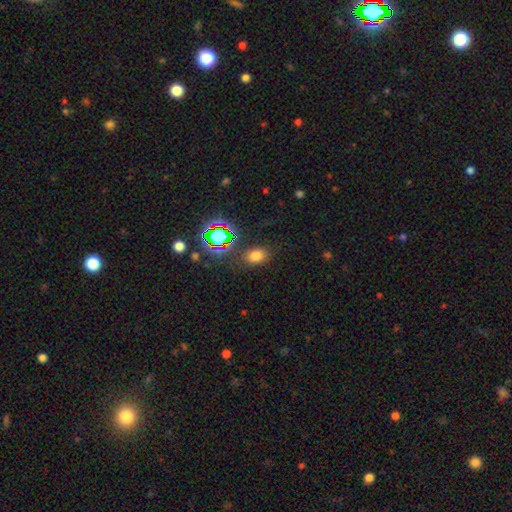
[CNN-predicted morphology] A smooth galaxy with no disk features (69%) that is in between round and cigar-shaped (70%).

Vote fractions:
- Smooth or featured? smooth: 69% / star or artifact: 23% / featured or disk: 9%
- How rounded? in between: 70% / round: 29% / cigar-shaped: 2%
- Merging? none: 80% / minor disturbance: 12% / major disturbance: 5% / merger: 3%